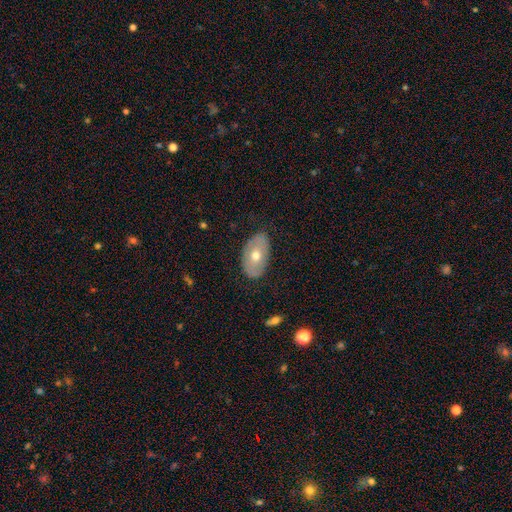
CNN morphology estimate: Overall: smooth (54%; featured or disk 39%). How rounded: in between (91%). Merging: none (80%).